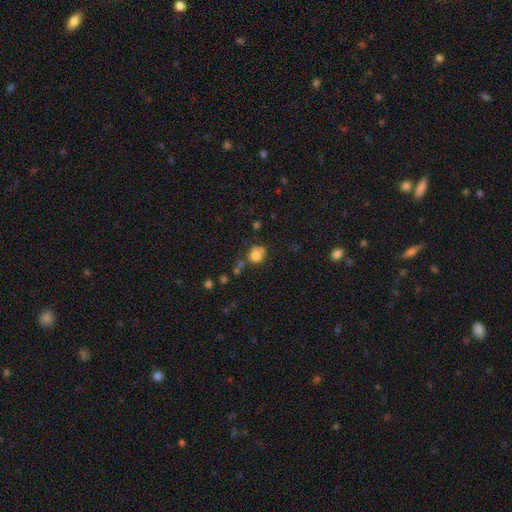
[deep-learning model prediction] Morphology: type=smooth (76%); roundness=round (75%); merging=none (48%).